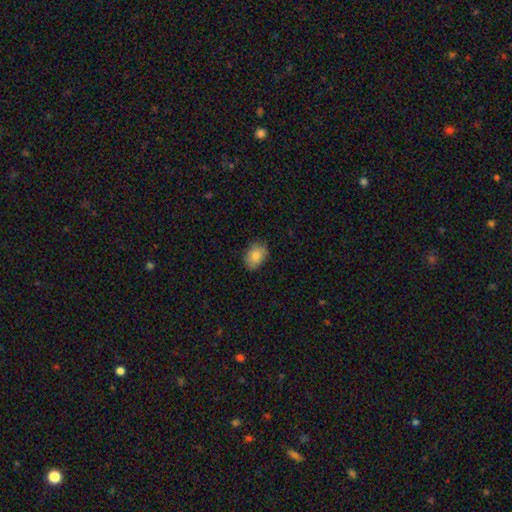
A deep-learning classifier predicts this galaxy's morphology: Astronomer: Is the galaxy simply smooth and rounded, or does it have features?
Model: smooth — 82%.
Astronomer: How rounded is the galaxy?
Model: in between — 77%.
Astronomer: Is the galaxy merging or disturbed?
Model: none — 80%.